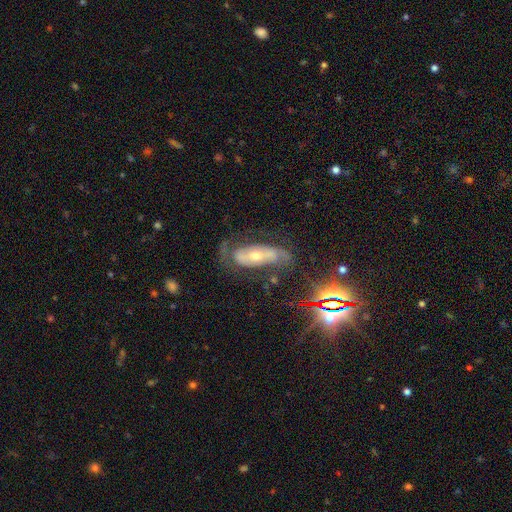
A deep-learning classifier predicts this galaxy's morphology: The model was most divided on "bulge size": moderate: 58%, small: 36%, large: 3%, none: 1%, dominant: 1%. More confident: edge-on disk — no (87%); spiral arms — yes (77%); smooth or featured — featured or disk (70%); bar — no (57%); merging — none (53%).